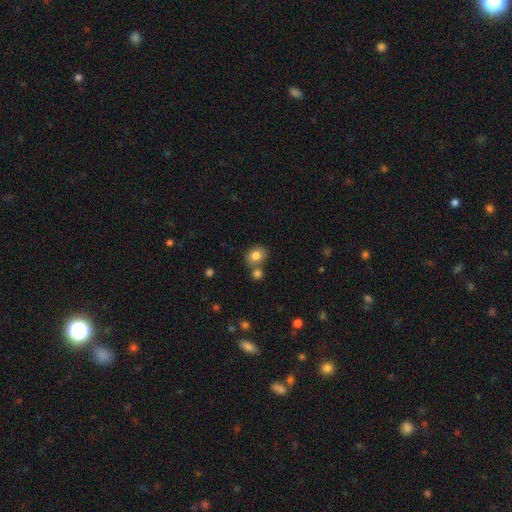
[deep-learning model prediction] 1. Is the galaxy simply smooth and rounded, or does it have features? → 82% smooth, 10% star or artifact, 8% featured or disk.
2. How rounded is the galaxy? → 64% round, 35% in between, 1% cigar-shaped.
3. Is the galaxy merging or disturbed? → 60% none, 26% merger, 11% minor disturbance, 3% major disturbance.